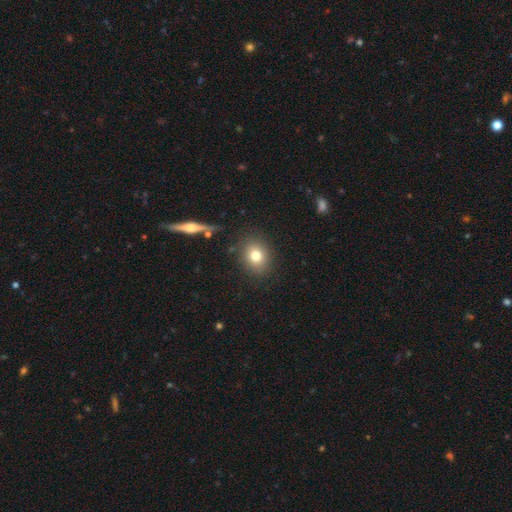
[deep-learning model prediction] A smooth galaxy with no disk features (78%) that is round (62%).

Vote fractions:
- Smooth or featured? smooth: 78% / star or artifact: 11% / featured or disk: 11%
- How rounded? round: 62% / in between: 37% / cigar-shaped: 1%
- Merging? none: 85% / minor disturbance: 9% / major disturbance: 3% / merger: 2%